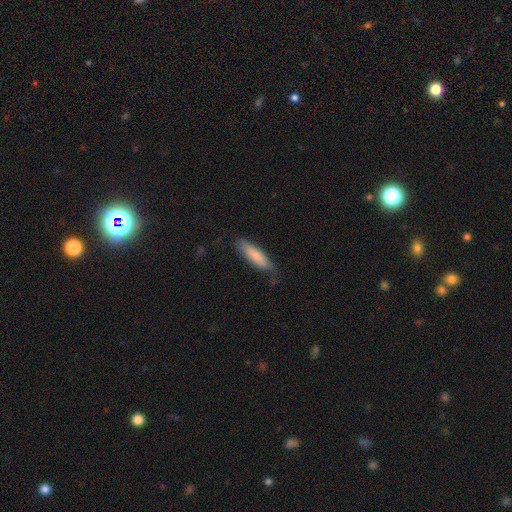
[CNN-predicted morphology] Smooth or featured?
  - smooth: 82% *
  - featured or disk: 13%
  - star or artifact: 5%
How rounded?
  - cigar-shaped: 68% *
  - in between: 31%
  - round: 1%
Merging?
  - none: 75% *
  - minor disturbance: 19%
  - major disturbance: 4%
  - merger: 1%